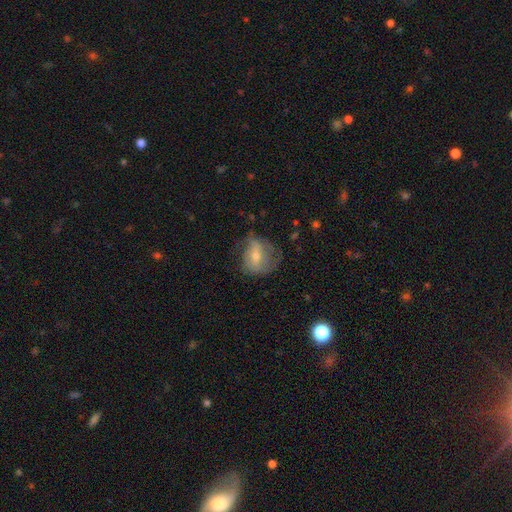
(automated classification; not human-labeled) Smooth or featured? Predicted: featured or disk (p=0.58). Edge-on disk? Predicted: no (p=0.95). Bar? Predicted: weak (p=0.44). Spiral arms? Predicted: yes (p=0.72). Bulge size? Predicted: moderate (p=0.48). Merging? Predicted: none (p=0.55).